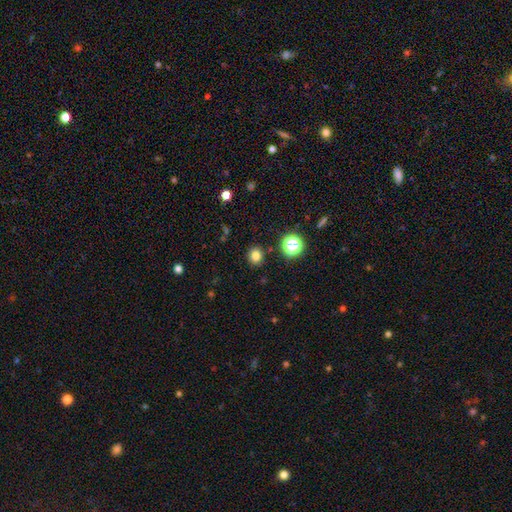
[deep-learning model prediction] The model was most divided on "how rounded": round: 81%, in between: 18%, cigar-shaped: 1%. More confident: merging — none (89%); smooth or featured — smooth (79%).